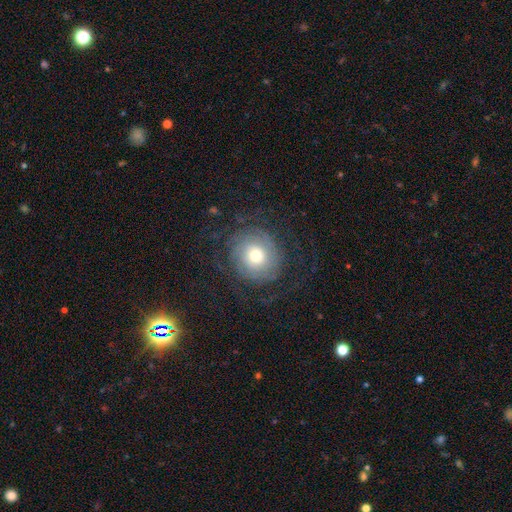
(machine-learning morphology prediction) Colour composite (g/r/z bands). It shows a featured or disk galaxy (58%) with no bar (80%), spiral arms (82%) and a moderate central bulge (64%). Merging: none (72%).